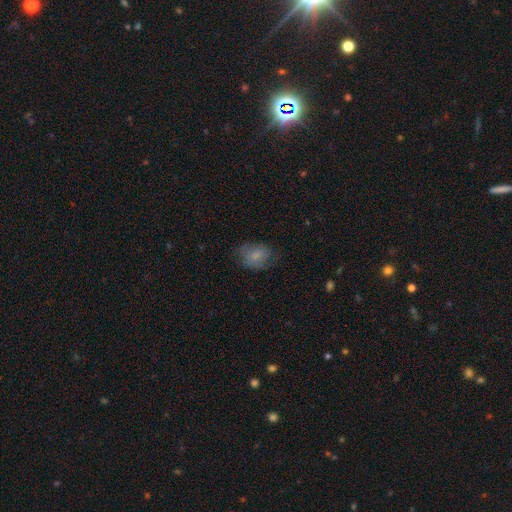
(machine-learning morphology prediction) The model was most divided on "how rounded": in between: 62%, round: 36%, cigar-shaped: 1%. More confident: smooth or featured — smooth (72%); merging — none (64%).